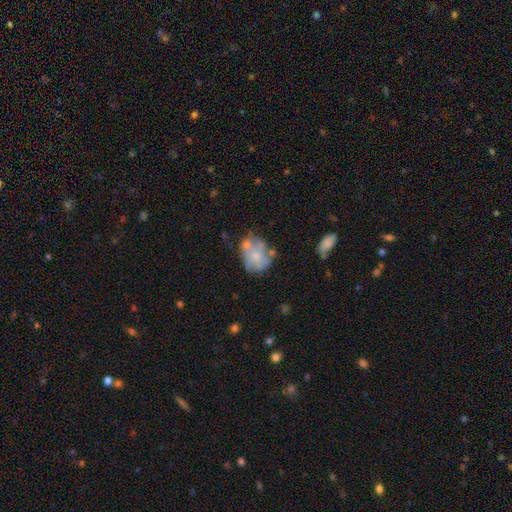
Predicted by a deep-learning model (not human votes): Smooth or featured: featured or disk — 49% (smooth — 42%)
Merging: none — 45% (minor disturbance — 24%)